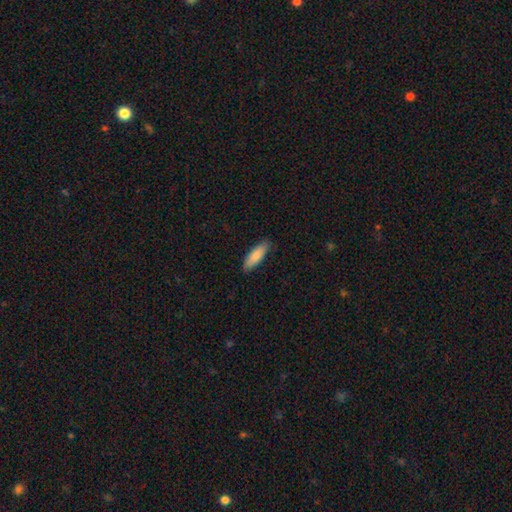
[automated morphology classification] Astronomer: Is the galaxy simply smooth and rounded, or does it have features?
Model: smooth — 85%.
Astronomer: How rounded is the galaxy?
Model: in between — 56% (runner-up: cigar-shaped, 42%).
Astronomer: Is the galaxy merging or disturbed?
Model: none — 83%.